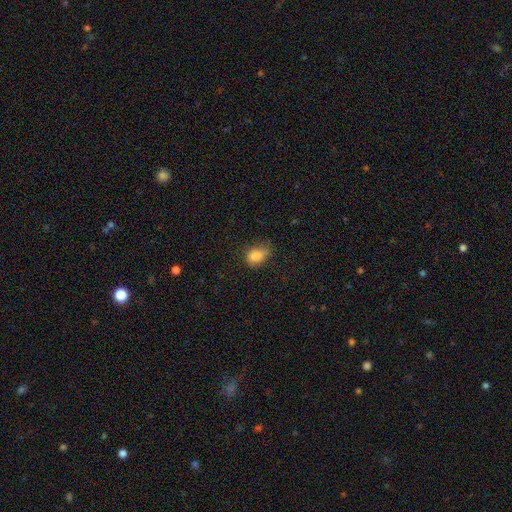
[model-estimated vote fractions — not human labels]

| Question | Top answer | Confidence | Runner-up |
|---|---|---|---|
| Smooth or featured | smooth | 84% | star or artifact (9%) |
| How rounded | in between | 81% | round (17%) |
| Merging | none | 46% | minor disturbance (38%) |